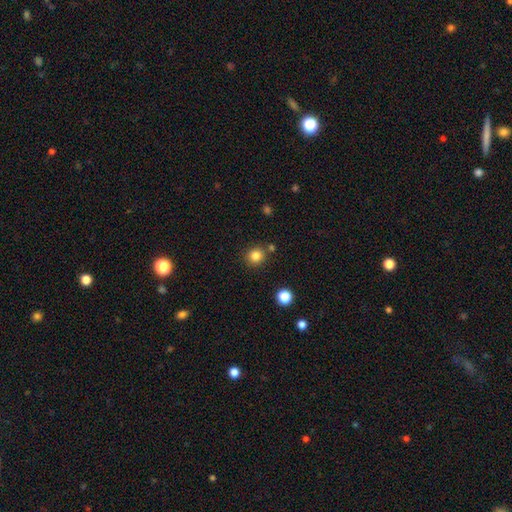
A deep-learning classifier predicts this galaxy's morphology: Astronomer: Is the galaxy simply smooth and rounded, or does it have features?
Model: smooth — 83%.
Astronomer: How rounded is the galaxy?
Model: round — 89%.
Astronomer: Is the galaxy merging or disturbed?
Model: none — 82%.